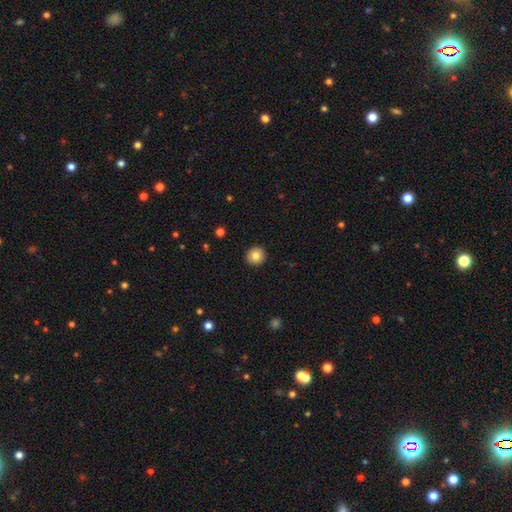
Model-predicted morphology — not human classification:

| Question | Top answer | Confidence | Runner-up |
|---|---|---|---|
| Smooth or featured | smooth | 83% | star or artifact (9%) |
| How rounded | round | 93% | in between (6%) |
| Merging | none | 93% | minor disturbance (5%) |